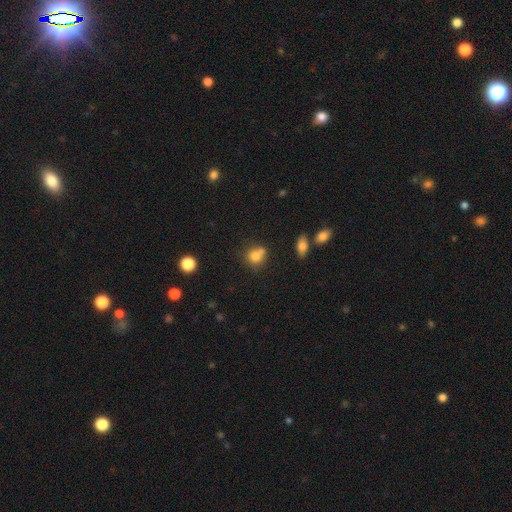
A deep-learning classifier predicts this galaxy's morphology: A smooth galaxy with no disk features (77%) that is round (76%). Merging: none (46%).